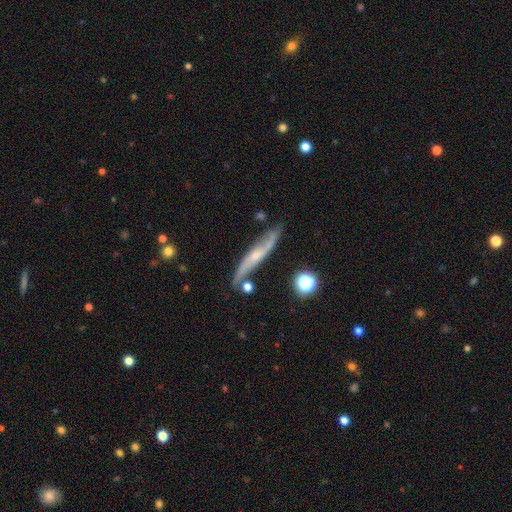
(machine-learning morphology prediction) Smooth or featured?
  - featured or disk: 71% *
  - smooth: 22%
  - star or artifact: 7%
Edge-on disk?
  - yes: 61% *
  - no: 39%
Merging?
  - none: 73% *
  - minor disturbance: 18%
  - merger: 5%
  - major disturbance: 4%